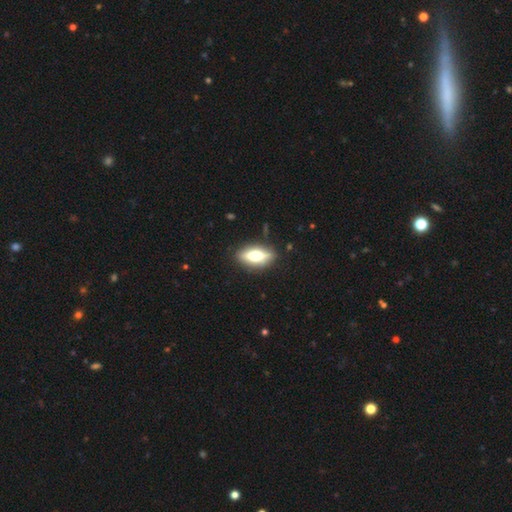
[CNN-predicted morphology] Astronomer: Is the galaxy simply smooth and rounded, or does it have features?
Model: smooth — 51% (runner-up: featured or disk, 42%).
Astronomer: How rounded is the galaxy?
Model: in between — 73%.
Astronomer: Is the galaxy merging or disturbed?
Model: none — 86%.